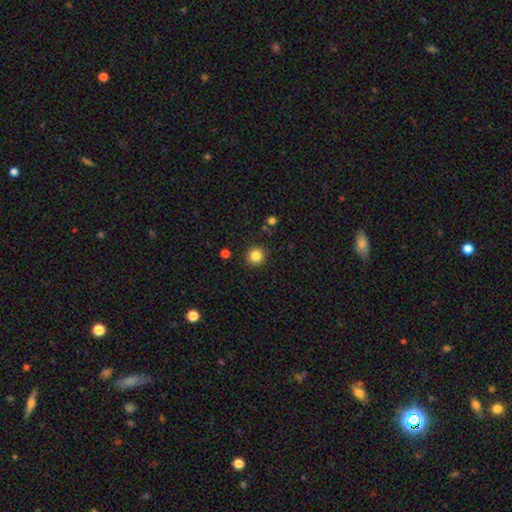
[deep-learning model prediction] A smooth galaxy with no disk features (84%) that is round (91%).

Vote fractions:
- Smooth or featured? smooth: 84% / star or artifact: 11% / featured or disk: 5%
- How rounded? round: 91% / in between: 8% / cigar-shaped: 1%
- Merging? none: 89% / minor disturbance: 7% / major disturbance: 2% / merger: 2%